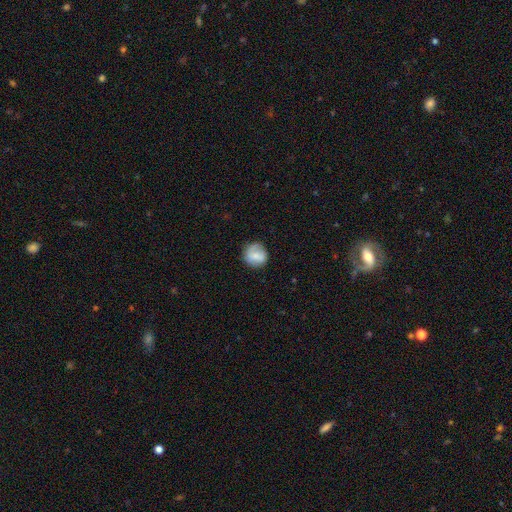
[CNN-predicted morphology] smooth 68%, featured or disk 24%, star or artifact 7%. Down the decision tree: how rounded — round (87%); merging — none (73%).